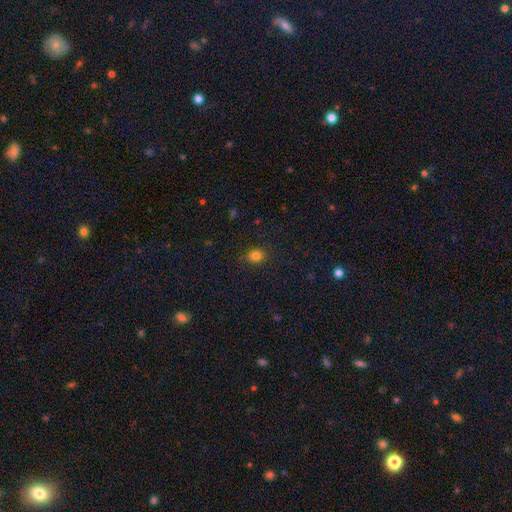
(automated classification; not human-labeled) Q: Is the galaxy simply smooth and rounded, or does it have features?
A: smooth — 81%.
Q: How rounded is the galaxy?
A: round — 57%.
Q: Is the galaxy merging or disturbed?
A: none — 85%.